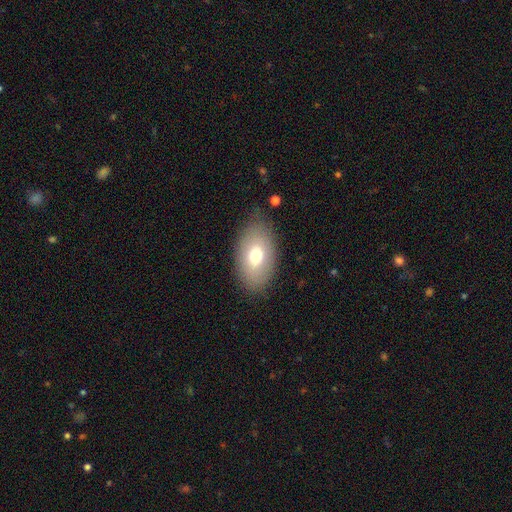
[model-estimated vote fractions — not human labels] smooth 71%, featured or disk 20%, star or artifact 8%. Down the decision tree: how rounded — in between (91%); merging — none (78%).